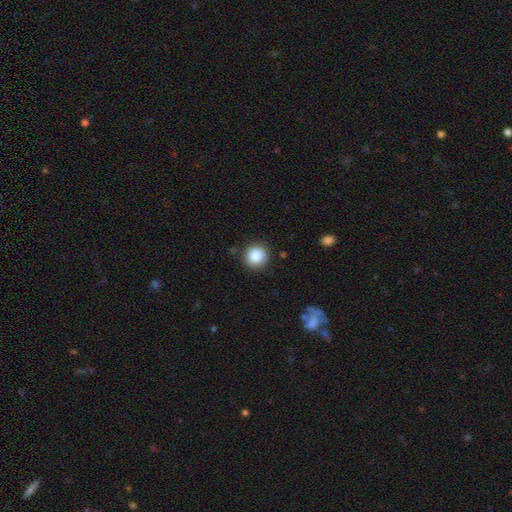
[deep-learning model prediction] Smooth or featured: smooth — 87% (star or artifact — 9%)
How rounded: round — 92% (in between — 7%)
Merging: none — 89% (minor disturbance — 8%)